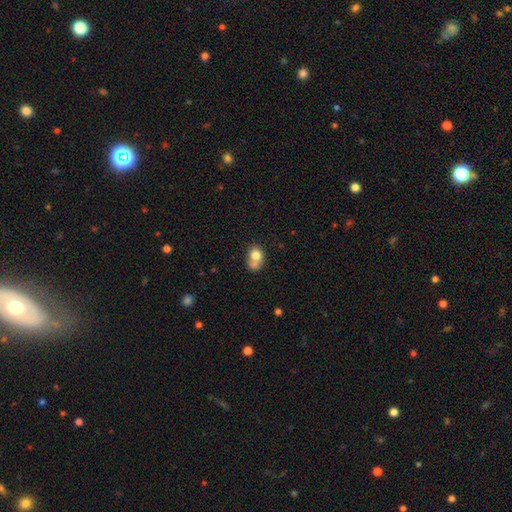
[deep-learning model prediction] Smooth or featured?
  - smooth: 75% *
  - featured or disk: 16%
  - star or artifact: 10%
How rounded?
  - in between: 55% *
  - round: 44%
  - cigar-shaped: 1%
Merging?
  - merger: 35% *
  - none: 33%
  - minor disturbance: 21%
  - major disturbance: 11%